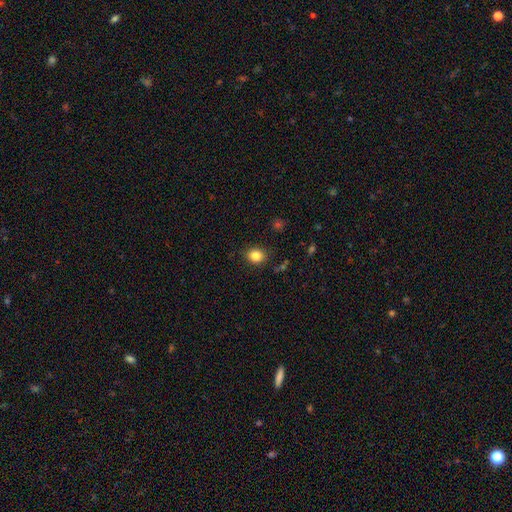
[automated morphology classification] Q: Smooth or featured?
A: smooth (84%); runner-up: star or artifact (11%)
Q: How rounded?
A: round (64%); runner-up: in between (35%)
Q: Merging?
A: none (87%); runner-up: minor disturbance (9%)